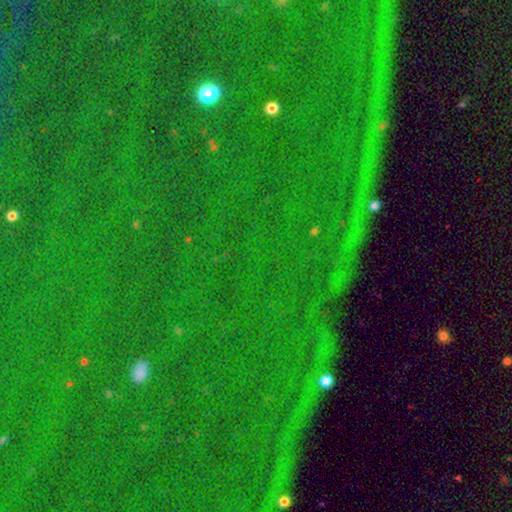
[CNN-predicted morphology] smooth-or-featured: star or artifact: 82% | smooth: 10% | featured or disk: 8%